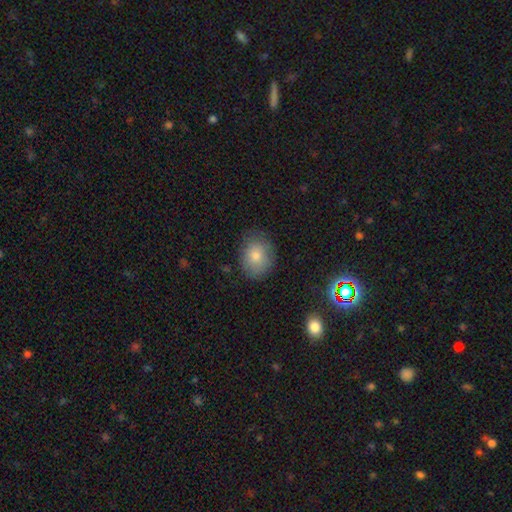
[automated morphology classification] Smooth or featured? Predicted: smooth (p=0.78). How rounded? Predicted: in between (p=0.50). Merging? Predicted: none (p=0.79).